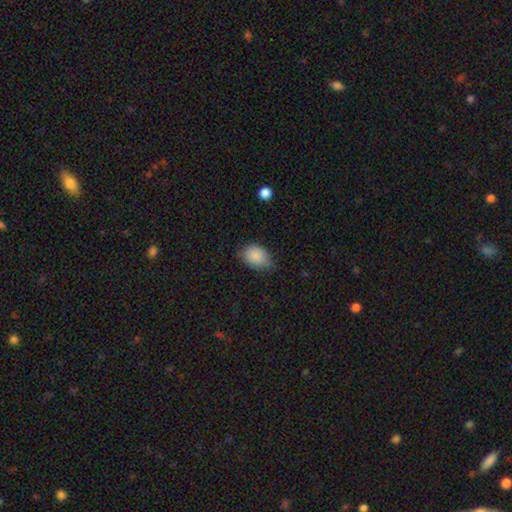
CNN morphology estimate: smooth_or_featured: smooth (p=0.86) [alt: star or artifact p=0.07]
how_rounded: in between (p=0.83) [alt: round p=0.15]
merging: none (p=0.66) [alt: minor disturbance p=0.28]